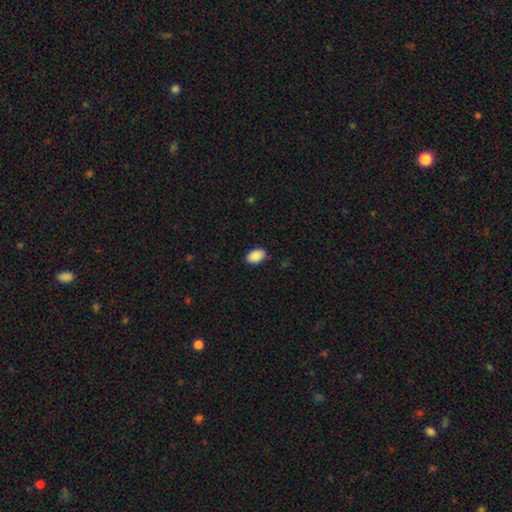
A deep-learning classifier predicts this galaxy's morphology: Smooth or featured? smooth (90%)
How rounded? in between (90%)
Merging? none (88%)